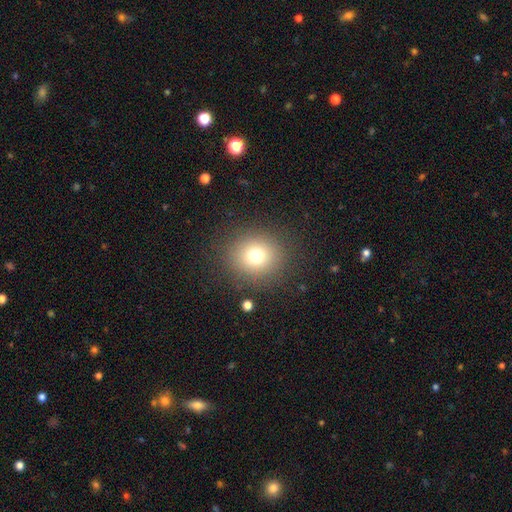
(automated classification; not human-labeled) smooth 74%, star or artifact 16%, featured or disk 10%. Down the decision tree: how rounded — round (86%); merging — none (86%).